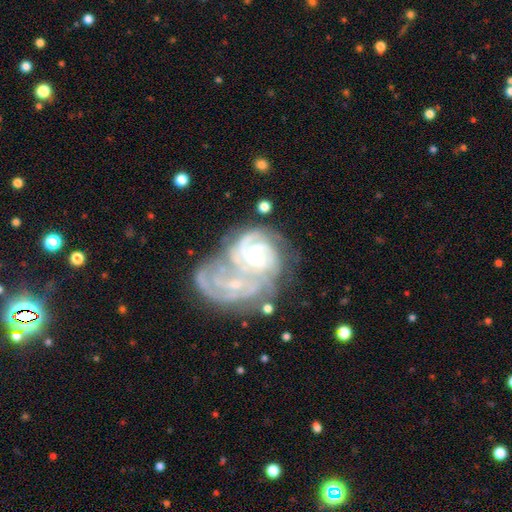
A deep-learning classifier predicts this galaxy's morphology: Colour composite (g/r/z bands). It shows a featured or disk galaxy (84%) with no bar (57%), can't tell (29%, tied with 3) tight (67%) spiral arms (94%) and a moderate central bulge (56%). Merging: merger (62%).